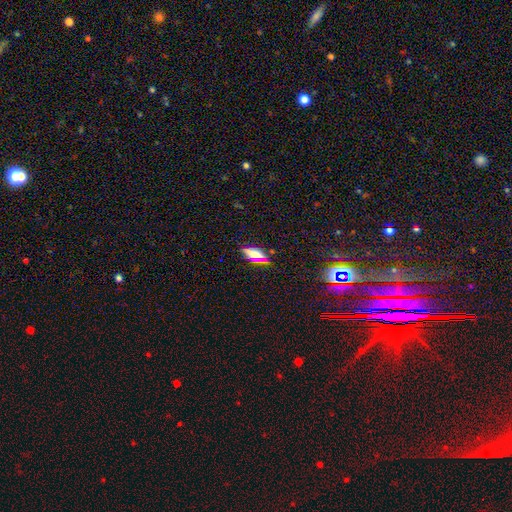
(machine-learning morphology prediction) type=smooth (58%); roundness=in between (68%); merging=none (84%).